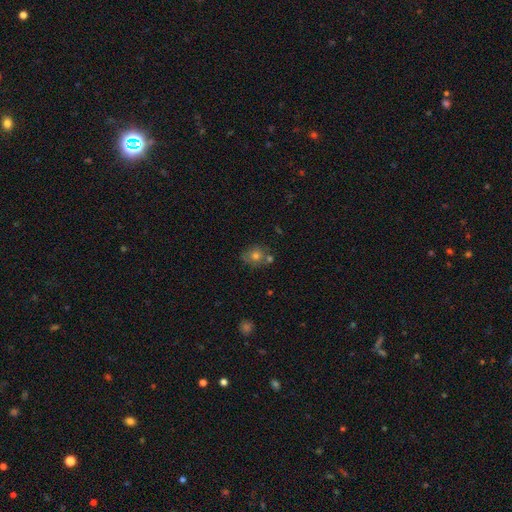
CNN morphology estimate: smooth_or_featured: smooth (p=0.69) [alt: featured or disk p=0.16]
how_rounded: round (p=0.69) [alt: in between p=0.30]
merging: none (p=0.65) [alt: merger p=0.16]